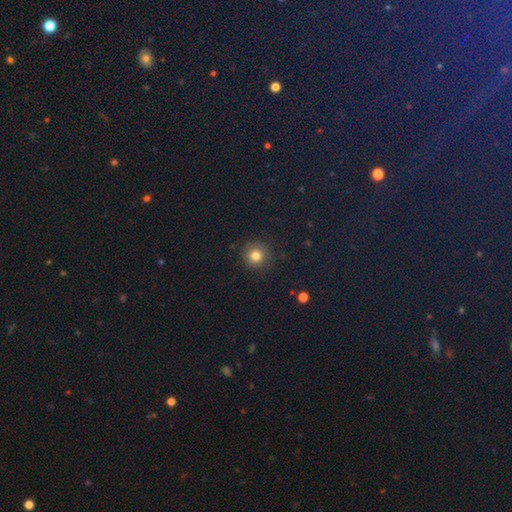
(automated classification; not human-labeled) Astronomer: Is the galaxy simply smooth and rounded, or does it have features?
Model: smooth — 79%.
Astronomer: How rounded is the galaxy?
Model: round — 94%.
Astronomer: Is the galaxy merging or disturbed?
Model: none — 89%.